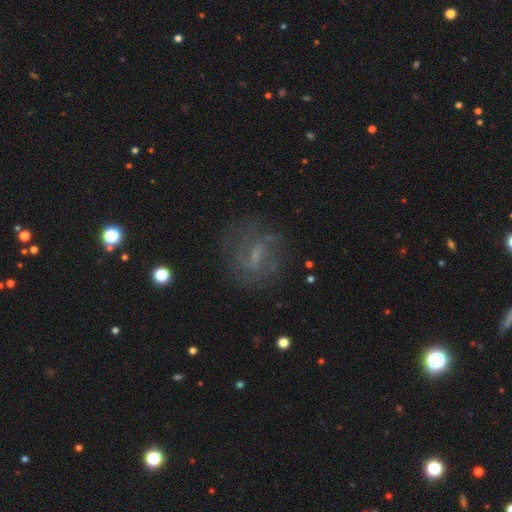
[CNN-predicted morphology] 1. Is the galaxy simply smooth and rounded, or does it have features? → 60% featured or disk, 24% smooth, 16% star or artifact.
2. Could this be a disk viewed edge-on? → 93% no, 7% yes.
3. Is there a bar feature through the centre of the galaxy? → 53% weak, 23% strong, 23% no.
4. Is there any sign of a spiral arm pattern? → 70% yes, 30% no.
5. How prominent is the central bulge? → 48% small, 30% none, 19% moderate, 2% large, 1% dominant.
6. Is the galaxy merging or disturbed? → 72% none, 15% minor disturbance, 11% major disturbance, 2% merger.